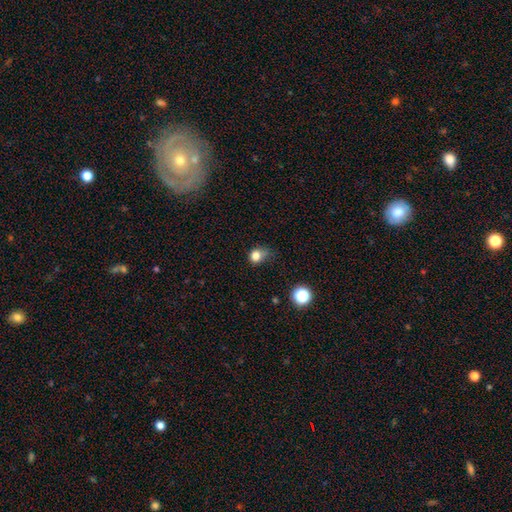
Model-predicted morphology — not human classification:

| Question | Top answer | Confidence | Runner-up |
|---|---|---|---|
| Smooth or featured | smooth | 79% | star or artifact (13%) |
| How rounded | round | 67% | in between (32%) |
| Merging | none | 45% | minor disturbance (37%) |